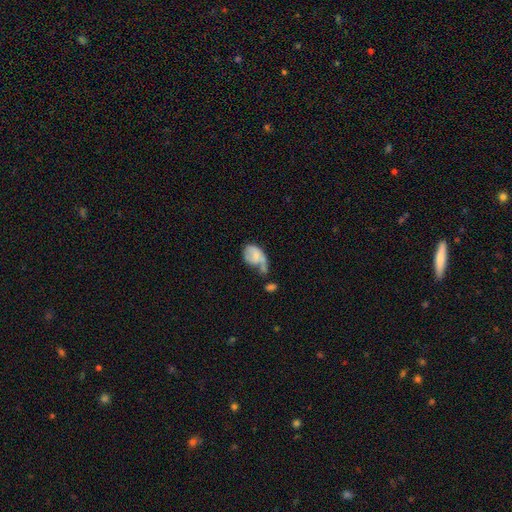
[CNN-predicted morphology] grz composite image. It shows a smooth galaxy with no disk features (59%) that is in between round and cigar-shaped (78%). Merging: major disturbance (29%).